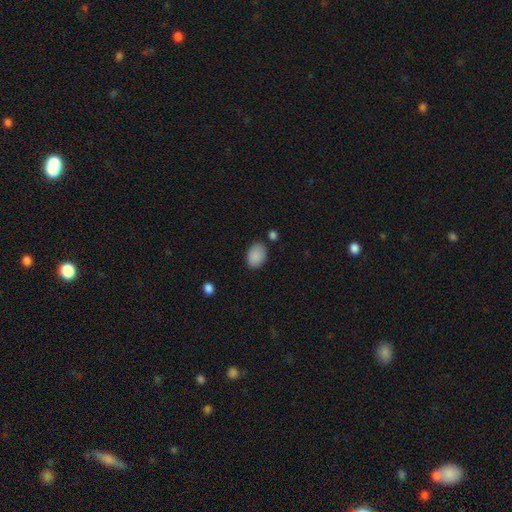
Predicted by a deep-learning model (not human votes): A smooth galaxy with no disk features (89%) that is in between round and cigar-shaped (83%).

Vote fractions:
- Smooth or featured? smooth: 89% / star or artifact: 7% / featured or disk: 3%
- How rounded? in between: 83% / round: 16% / cigar-shaped: 1%
- Merging? none: 79% / minor disturbance: 14% / merger: 4% / major disturbance: 3%